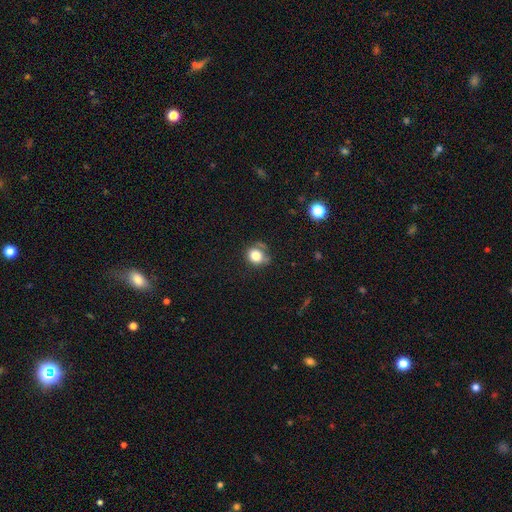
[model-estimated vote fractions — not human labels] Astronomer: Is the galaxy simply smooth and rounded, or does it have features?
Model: smooth — 80%.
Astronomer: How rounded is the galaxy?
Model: round — 74%.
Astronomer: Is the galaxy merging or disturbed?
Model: none — 56%.